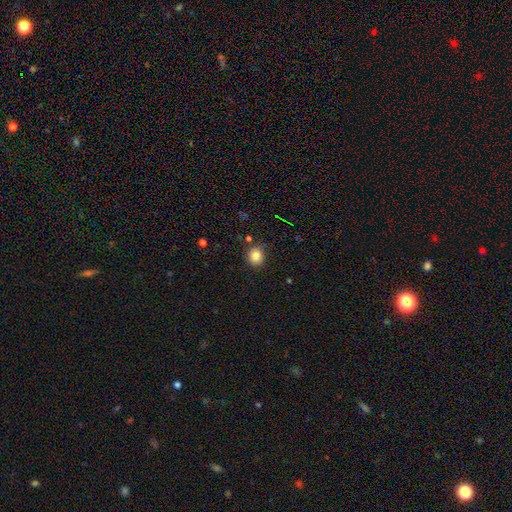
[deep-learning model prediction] Q: Smooth or featured?
A: smooth (83%); runner-up: star or artifact (11%)
Q: How rounded?
A: round (82%); runner-up: in between (17%)
Q: Merging?
A: none (87%); runner-up: minor disturbance (8%)